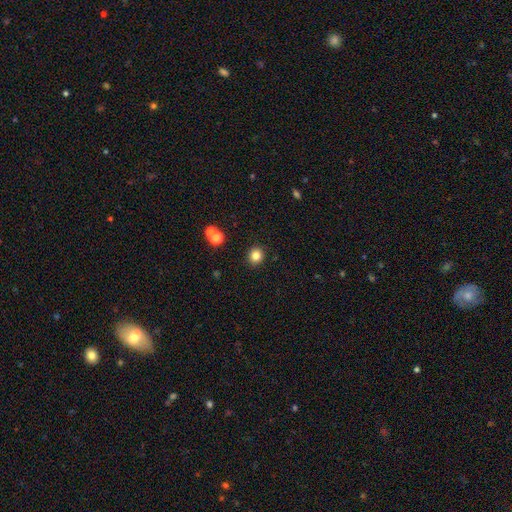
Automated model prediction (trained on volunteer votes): Morphology: type=smooth (81%); roundness=round (89%); merging=none (90%).